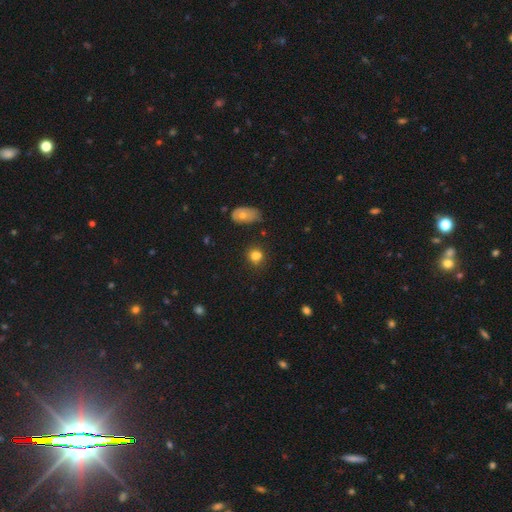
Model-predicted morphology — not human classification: A smooth galaxy with no disk features (82%) that is round (74%). Merging: none (76%).